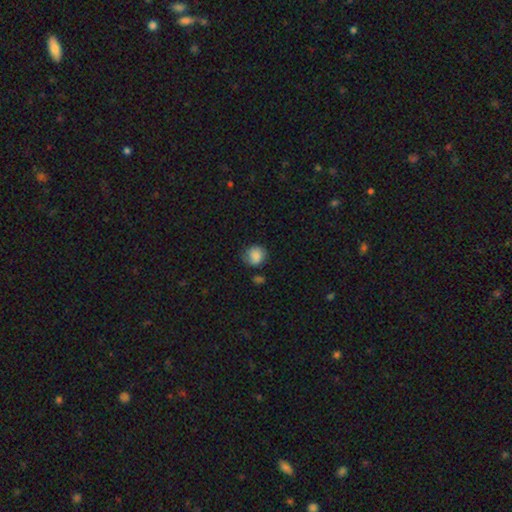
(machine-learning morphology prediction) This appears to be a smooth galaxy with no disk features (83%) that is round (78%). Merging: none (64%).